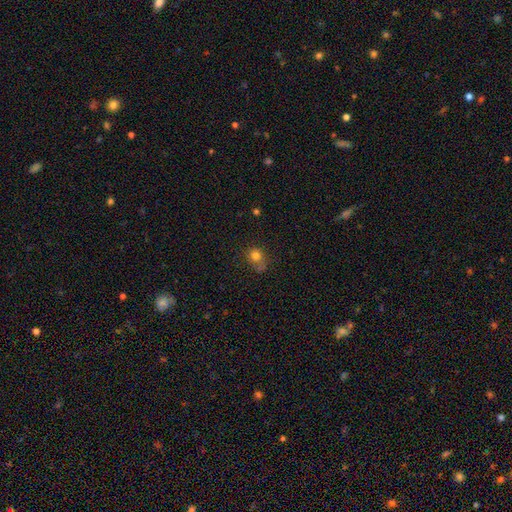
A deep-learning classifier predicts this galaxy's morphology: The model was most divided on "merging": none: 46%, minor disturbance: 29%, major disturbance: 16%, merger: 9%. More confident: smooth or featured — smooth (77%); how rounded — round (69%).